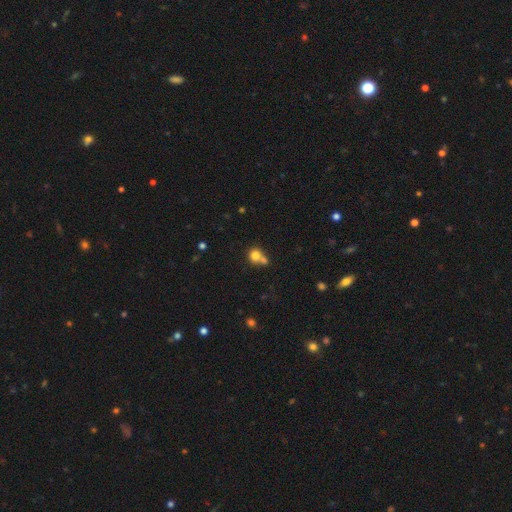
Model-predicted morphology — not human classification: Smooth or featured?
  - smooth: 79% *
  - star or artifact: 11%
  - featured or disk: 10%
How rounded?
  - round: 81% *
  - in between: 18%
  - cigar-shaped: 1%
Merging?
  - merger: 46% *
  - none: 42%
  - minor disturbance: 9%
  - major disturbance: 4%